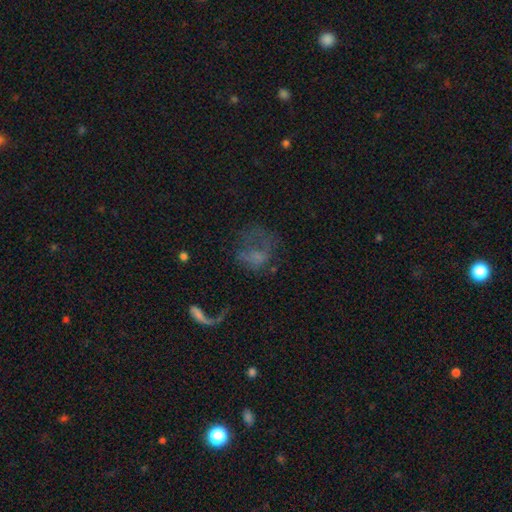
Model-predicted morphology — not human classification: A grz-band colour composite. It shows a smooth galaxy with no disk features (42%). Merging: major disturbance (49%).